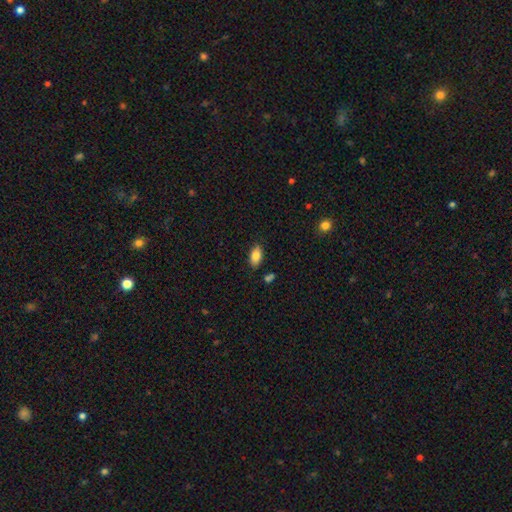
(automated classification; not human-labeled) Smooth or featured? smooth (83%)
How rounded? in between (92%)
Merging? none (83%)